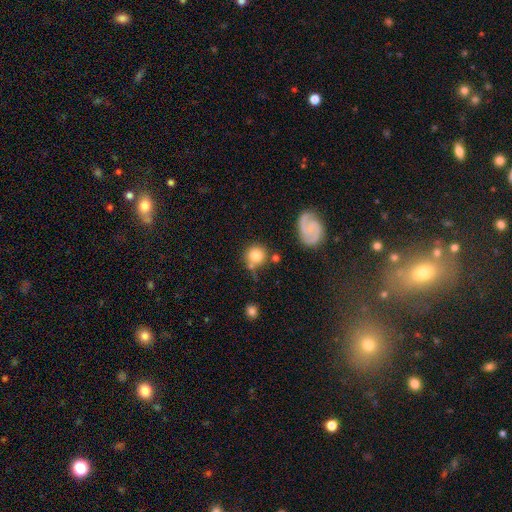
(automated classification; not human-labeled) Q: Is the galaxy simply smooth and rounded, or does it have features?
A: smooth — 74%.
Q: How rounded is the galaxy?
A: round — 89%.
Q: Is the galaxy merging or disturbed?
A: none — 62%.